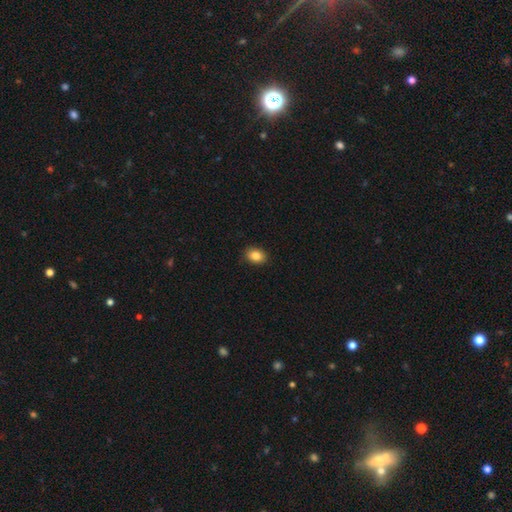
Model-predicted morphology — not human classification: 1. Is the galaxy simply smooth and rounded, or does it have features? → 87% smooth, 9% star or artifact, 5% featured or disk.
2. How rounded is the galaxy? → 71% in between, 28% round, 1% cigar-shaped.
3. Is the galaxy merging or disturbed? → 88% none, 9% minor disturbance, 2% major disturbance, 1% merger.